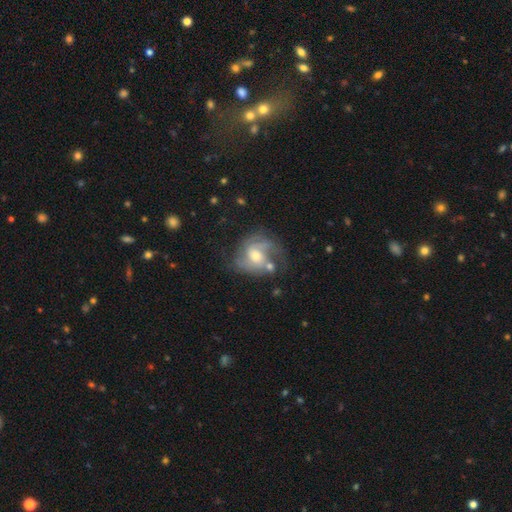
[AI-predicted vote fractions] Smooth or featured? Predicted: featured or disk (p=0.78). Edge-on disk? Predicted: no (p=0.97). Bar? Predicted: no (p=0.54). Spiral arms? Predicted: yes (p=0.92). Spiral winding? Predicted: medium (p=0.47). Spiral arm count? Predicted: 2 (p=0.51). Bulge size? Predicted: moderate (p=0.61). Merging? Predicted: none (p=0.52).